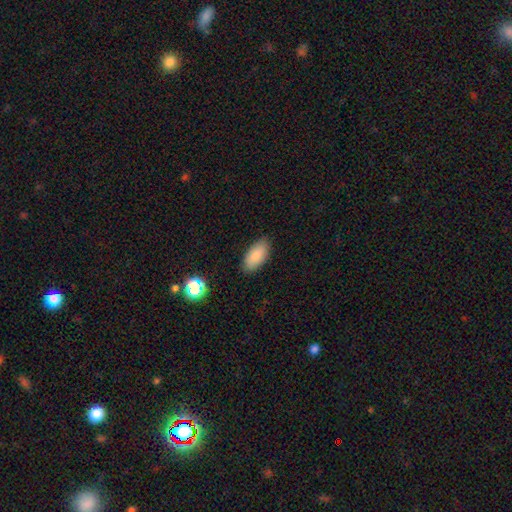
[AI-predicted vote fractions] Smooth or featured? smooth (87%)
How rounded? in between (92%)
Merging? none (86%)